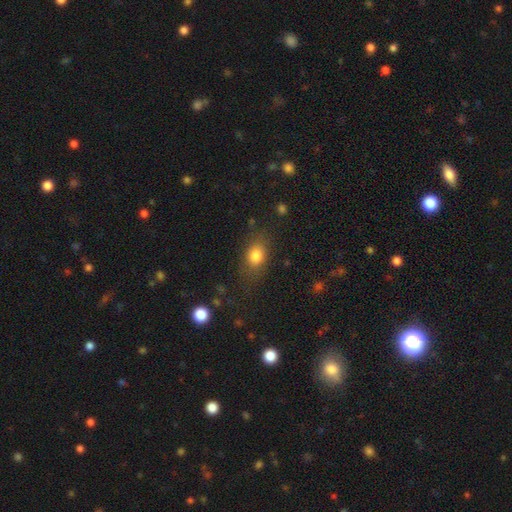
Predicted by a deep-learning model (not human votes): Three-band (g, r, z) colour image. It shows a smooth galaxy with no disk features (81%) that is in between round and cigar-shaped (66%). Merging: none (73%).